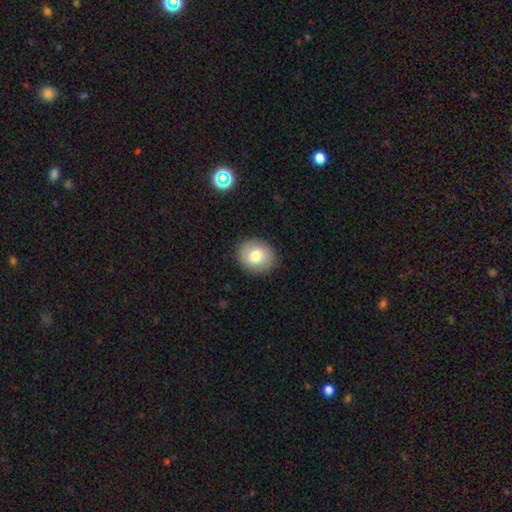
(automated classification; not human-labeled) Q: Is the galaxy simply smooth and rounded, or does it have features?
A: smooth — 77%.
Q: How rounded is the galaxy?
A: round — 68%.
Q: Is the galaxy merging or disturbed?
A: none — 89%.